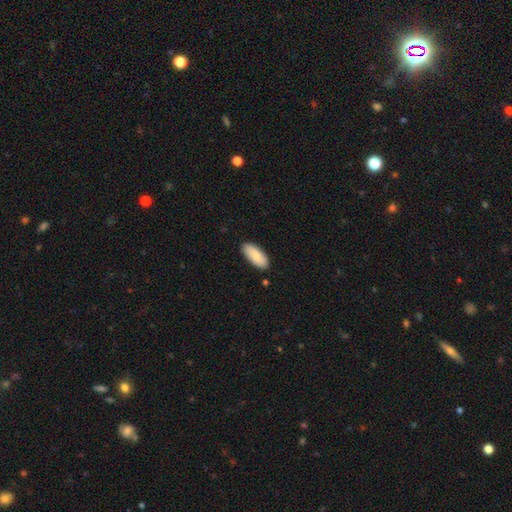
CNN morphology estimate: A smooth galaxy with no disk features (86%) that is in between round and cigar-shaped (85%). Merging: none (88%).